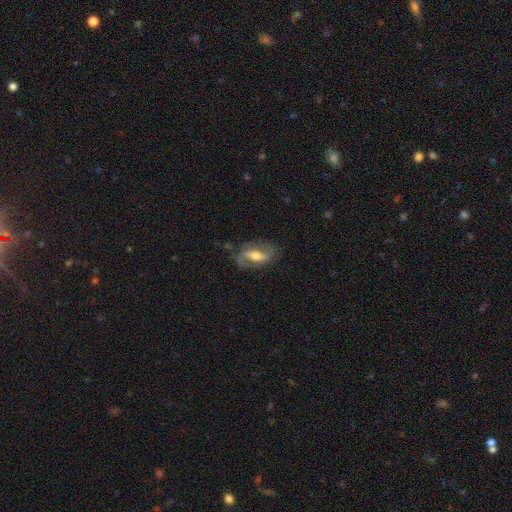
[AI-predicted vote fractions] Smooth or featured?
  - featured or disk: 77% *
  - smooth: 17%
  - star or artifact: 6%
Edge-on disk?
  - no: 90% *
  - yes: 10%
Bar?
  - strong: 49% *
  - weak: 34%
  - no: 18%
Spiral arms?
  - yes: 88% *
  - no: 12%
Spiral winding?
  - loose: 48% *
  - medium: 37%
  - tight: 15%
Spiral arm count?
  - 2: 86% *
  - can't tell: 6%
  - 1: 5%
  - 3: 1%
  - 4: 1%
  - more than 4: 1%
Bulge size?
  - moderate: 67% *
  - small: 22%
  - large: 8%
  - none: 1%
  - dominant: 1%
Merging?
  - none: 72% *
  - minor disturbance: 19%
  - major disturbance: 8%
  - merger: 2%